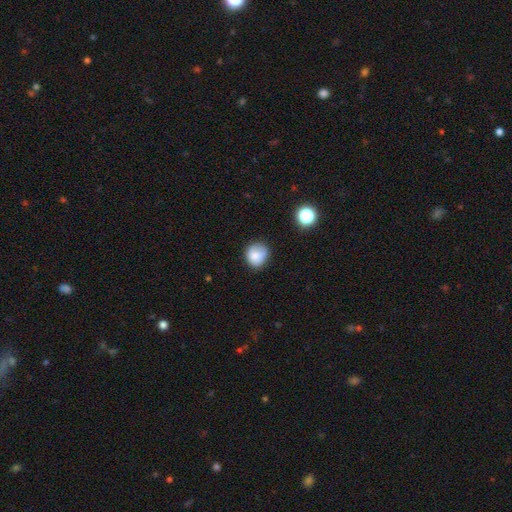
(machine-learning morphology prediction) smooth-or-featured: smooth: 79% | featured or disk: 11% | star or artifact: 10%
  how-rounded: round: 79% | in between: 20% | cigar-shaped: 1%
  merging: none: 72% | minor disturbance: 21% | major disturbance: 5% | merger: 2%